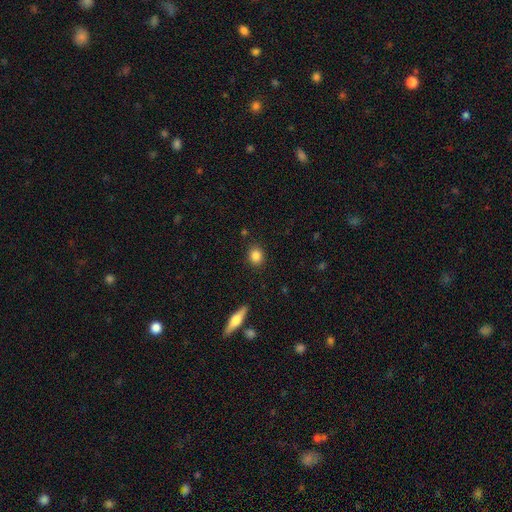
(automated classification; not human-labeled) Smooth or featured: smooth — 85% (star or artifact — 9%)
How rounded: round — 66% (in between — 32%)
Merging: none — 89% (minor disturbance — 7%)